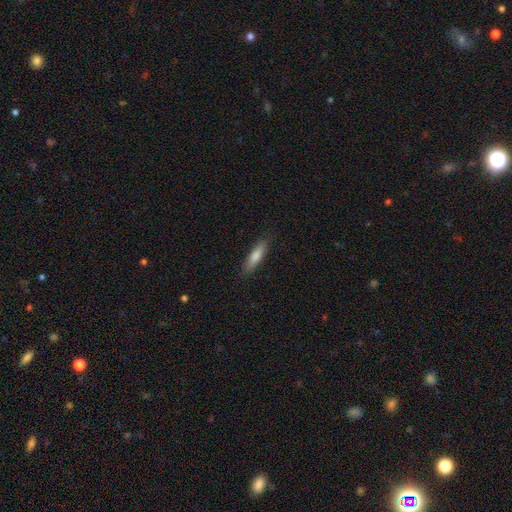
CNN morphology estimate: smooth-or-featured: smooth: 72% | featured or disk: 21% | star or artifact: 7%
  how-rounded: cigar-shaped: 77% | in between: 21% | round: 2%
  merging: none: 87% | minor disturbance: 10% | major disturbance: 2% | merger: 1%